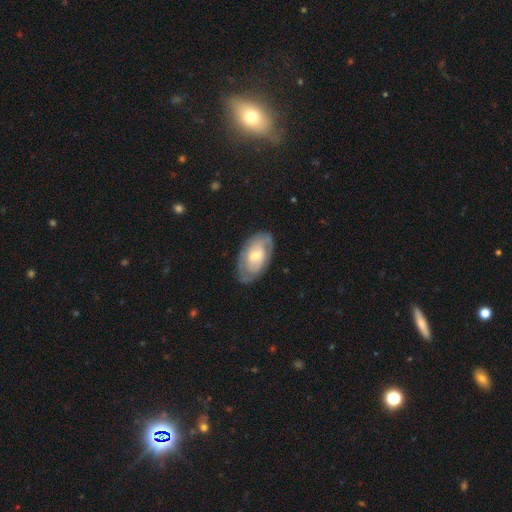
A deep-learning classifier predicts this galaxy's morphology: smooth_or_featured: featured or disk (p=0.66) [alt: smooth p=0.29]
disk_edge_on: no (p=0.94) [alt: yes p=0.06]
bar: no (p=0.60) [alt: weak p=0.33]
has_spiral_arms: yes (p=0.73) [alt: no p=0.27]
bulge_size: moderate (p=0.50) [alt: small p=0.41]
merging: none (p=0.77) [alt: minor disturbance p=0.17]